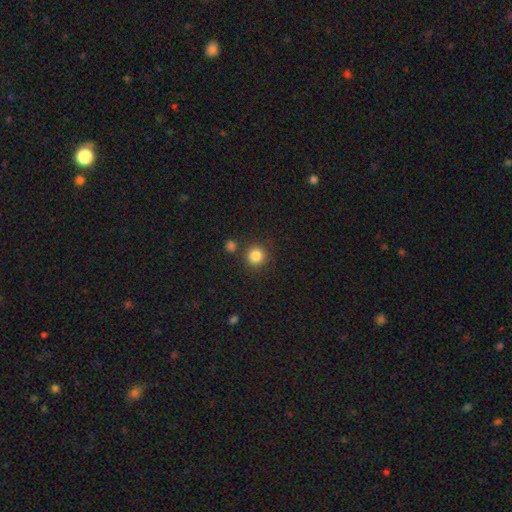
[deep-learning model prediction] Smooth or featured: smooth — 84% (star or artifact — 11%)
How rounded: round — 94% (in between — 5%)
Merging: none — 83% (minor disturbance — 8%)